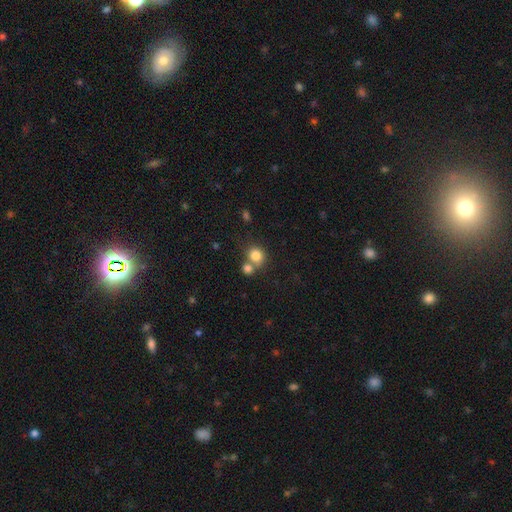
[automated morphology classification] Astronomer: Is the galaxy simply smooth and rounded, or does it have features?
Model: smooth — 81%.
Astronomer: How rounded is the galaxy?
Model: round — 79%.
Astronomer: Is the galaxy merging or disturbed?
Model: none — 48% (runner-up: merger, 40%).